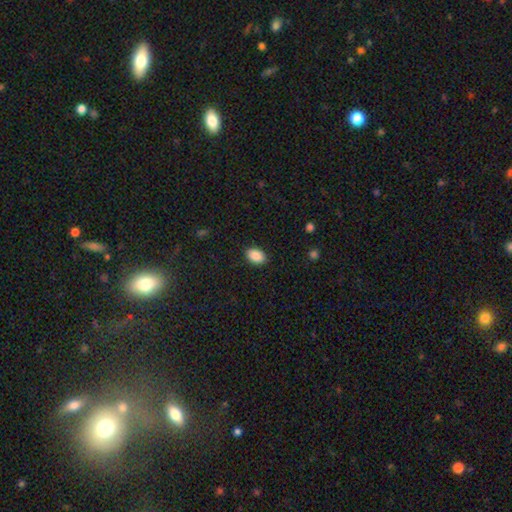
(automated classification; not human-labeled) This is clearly a smooth galaxy (89%). How rounded: clearly in between (87%). Merging: clearly none (89%).